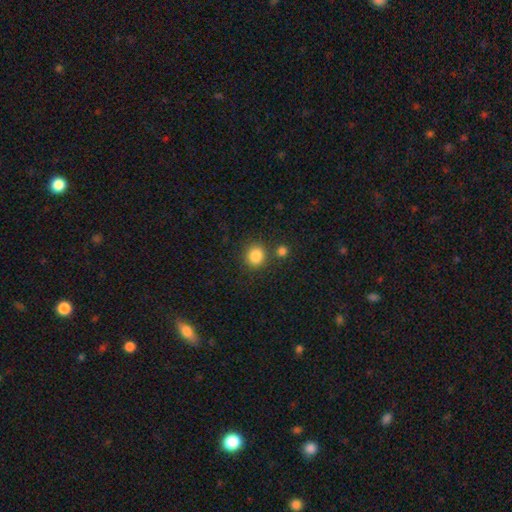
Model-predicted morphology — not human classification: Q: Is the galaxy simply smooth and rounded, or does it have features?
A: smooth — 85%.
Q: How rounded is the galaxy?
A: round — 84%.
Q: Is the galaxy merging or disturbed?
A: none — 80%.